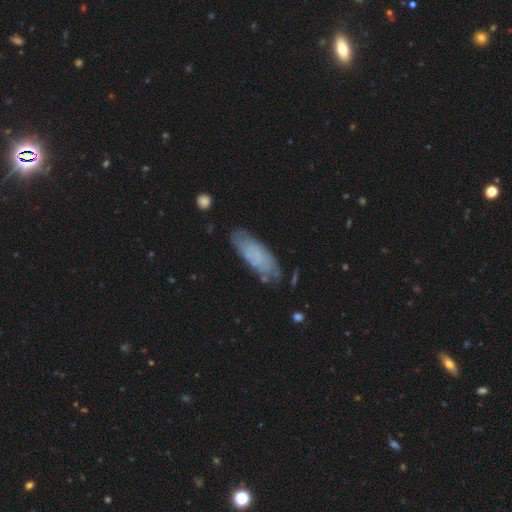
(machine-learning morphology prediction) This is possibly a smooth galaxy (57%). How rounded: possibly in between (60%). Merging: likely none (67%).